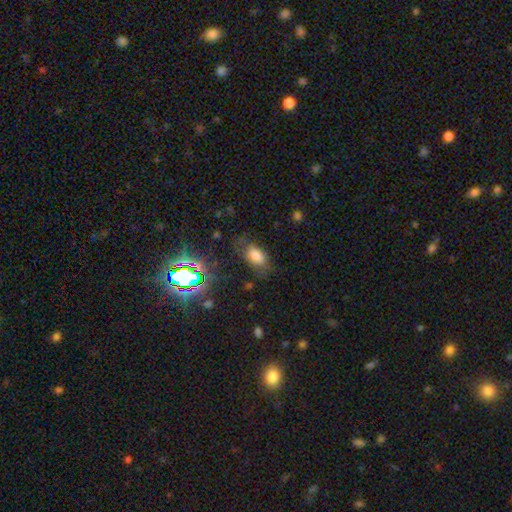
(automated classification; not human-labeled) Smooth or featured?
  - smooth: 74% *
  - star or artifact: 15%
  - featured or disk: 11%
How rounded?
  - in between: 90% *
  - round: 7%
  - cigar-shaped: 3%
Merging?
  - none: 65% *
  - minor disturbance: 23%
  - major disturbance: 10%
  - merger: 2%